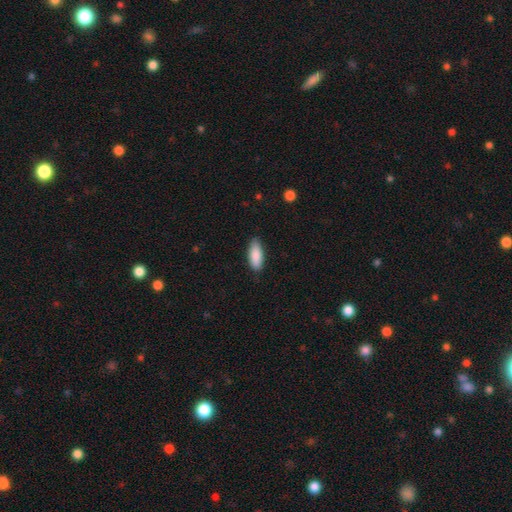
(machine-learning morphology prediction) smooth 89%, star or artifact 6%, featured or disk 5%. Down the decision tree: how rounded — in between (78%); merging — none (84%).